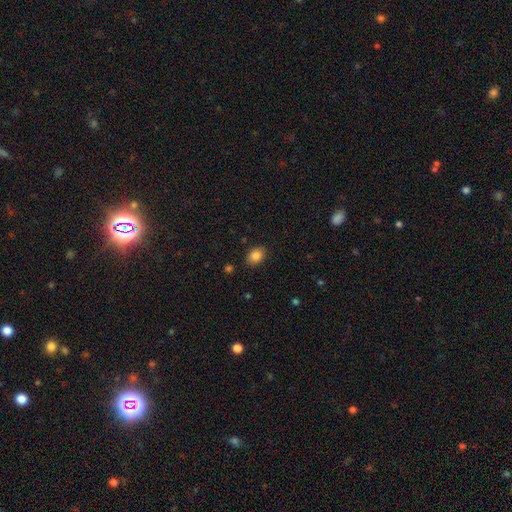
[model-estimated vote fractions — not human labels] A smooth galaxy with no disk features (84%) that is in between round and cigar-shaped (68%). Merging: none (87%).